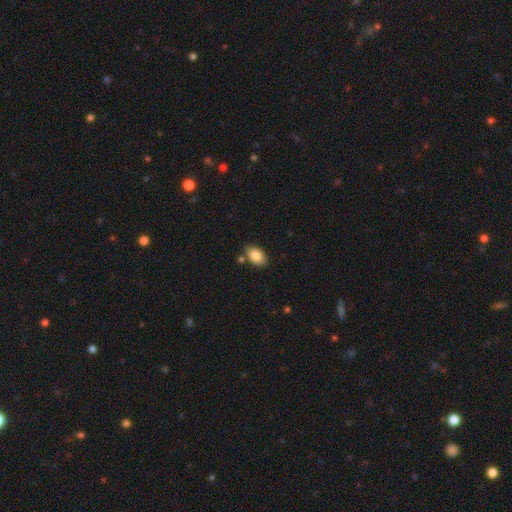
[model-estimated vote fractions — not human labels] A smooth galaxy with no disk features (86%) that is in between round and cigar-shaped (88%).

Vote fractions:
- Smooth or featured? smooth: 86% / star or artifact: 7% / featured or disk: 6%
- How rounded? in between: 88% / round: 11% / cigar-shaped: 1%
- Merging? none: 79% / minor disturbance: 12% / merger: 6% / major disturbance: 3%